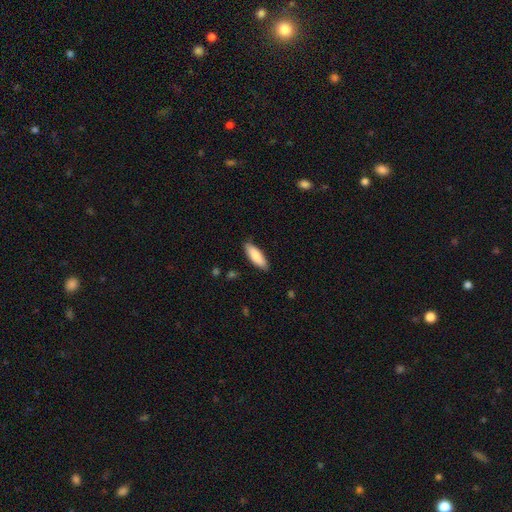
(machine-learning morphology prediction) This is clearly a smooth galaxy (86%). How rounded: possibly in between (55%). Merging: clearly none (86%).